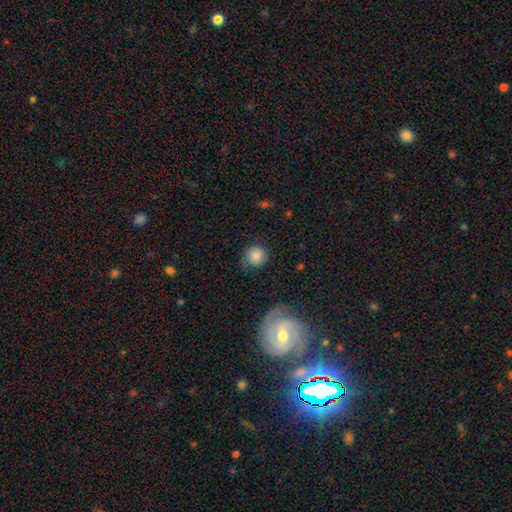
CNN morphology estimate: The model was most divided on "merging": none: 65%, minor disturbance: 22%, major disturbance: 10%, merger: 3%. More confident: how rounded — round (87%); smooth or featured — smooth (79%).